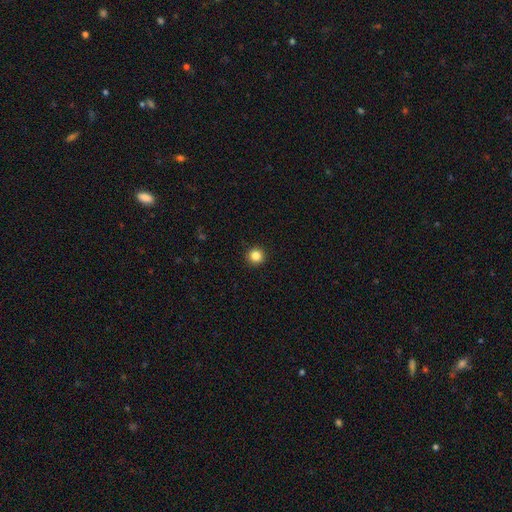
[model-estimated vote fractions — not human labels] Smooth or featured? Predicted: smooth (p=0.85). How rounded? Predicted: round (p=0.96). Merging? Predicted: none (p=0.93).